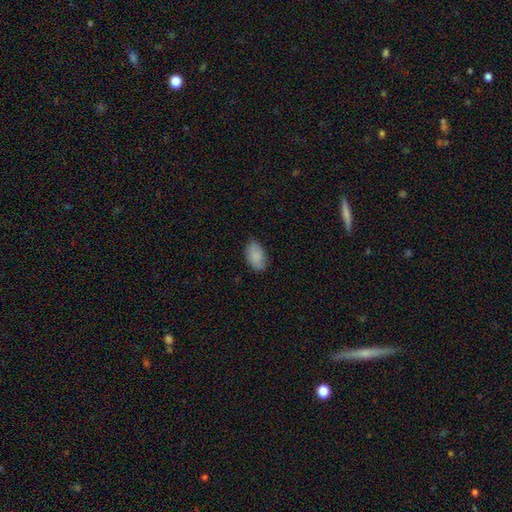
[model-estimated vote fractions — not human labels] smooth 86%, featured or disk 7%, star or artifact 7%. Down the decision tree: how rounded — in between (93%); merging — none (77%).